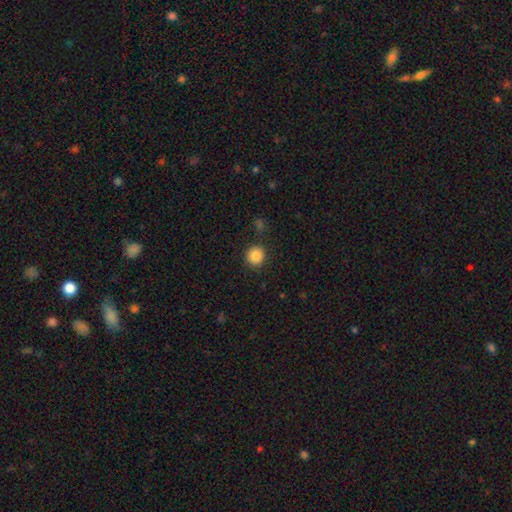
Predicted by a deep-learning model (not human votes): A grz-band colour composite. It shows a smooth galaxy with no disk features (86%) that is round (91%). Merging: none (89%).